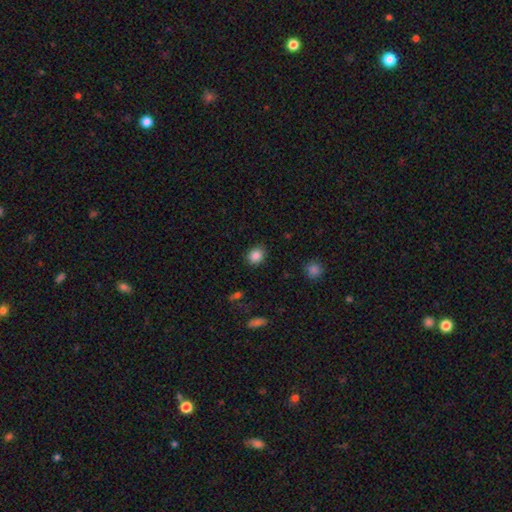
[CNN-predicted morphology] A smooth galaxy with no disk features (85%) that is round (63%). Merging: none (88%).